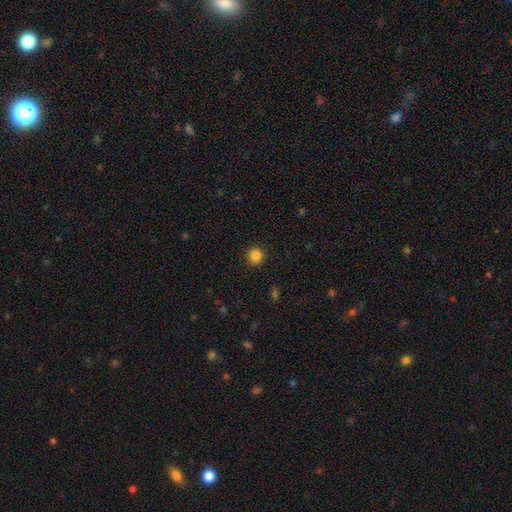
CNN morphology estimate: Smooth or featured: smooth — 86% (star or artifact — 11%)
How rounded: round — 93% (in between — 6%)
Merging: none — 91% (minor disturbance — 6%)